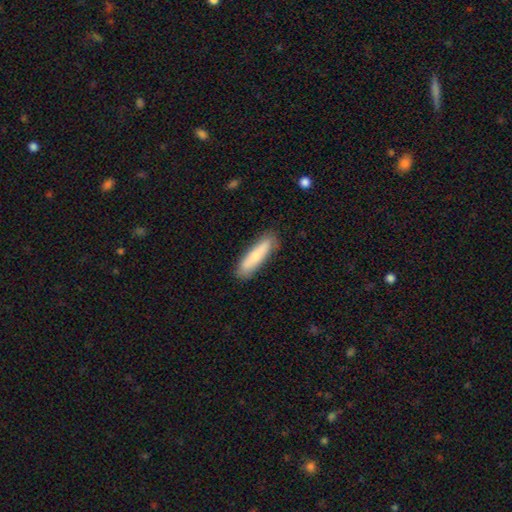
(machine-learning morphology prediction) A smooth galaxy with no disk features (79%) that is cigar-shaped (80%). Merging: none (84%).